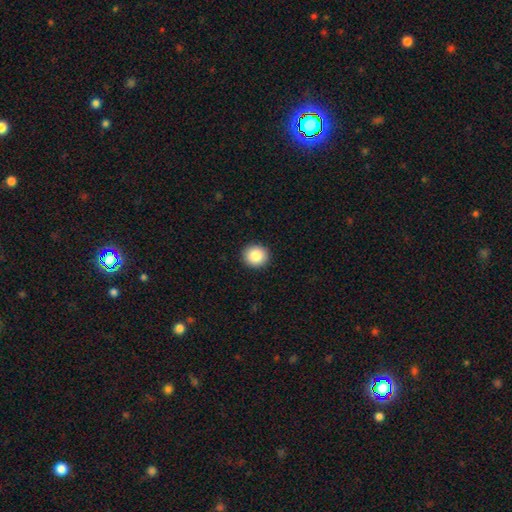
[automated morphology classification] This is clearly a smooth galaxy (86%). How rounded: clearly round (88%). Merging: clearly none (93%).